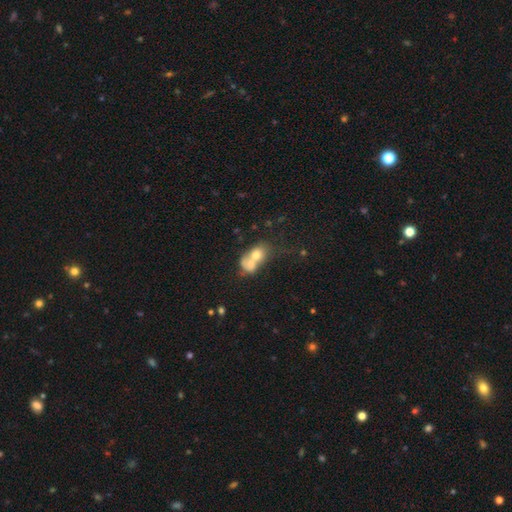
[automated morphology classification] type=smooth (60%); roundness=in between (57%); merging=merger (73%).